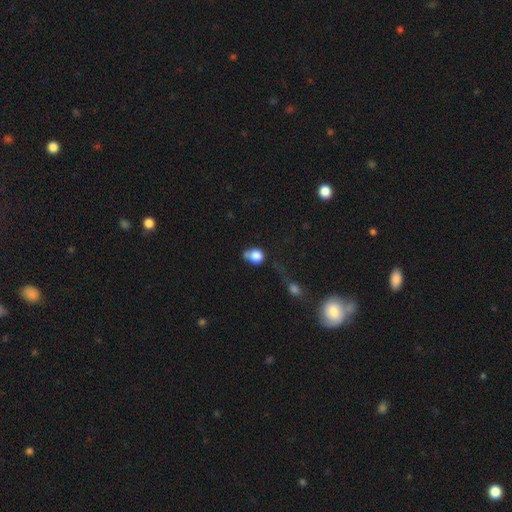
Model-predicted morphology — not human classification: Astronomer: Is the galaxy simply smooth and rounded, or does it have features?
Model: smooth — 78%.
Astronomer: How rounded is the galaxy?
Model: round — 75%.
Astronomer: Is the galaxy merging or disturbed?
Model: none — 34% (runner-up: merger, 28%).